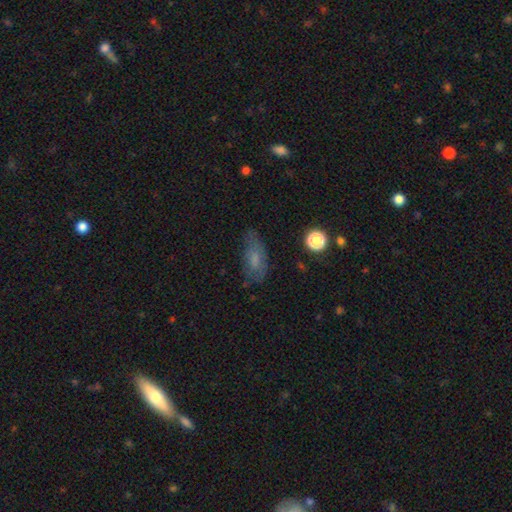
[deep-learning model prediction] A smooth galaxy with no disk features (52%) that is in between round and cigar-shaped (79%).

Vote fractions:
- Smooth or featured? smooth: 52% / featured or disk: 30% / star or artifact: 18%
- How rounded? in between: 79% / cigar-shaped: 14% / round: 7%
- Merging? none: 69% / minor disturbance: 22% / major disturbance: 8% / merger: 2%